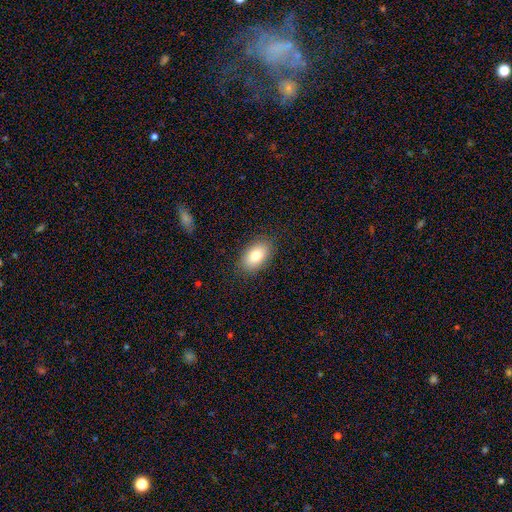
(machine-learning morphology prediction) A smooth galaxy with no disk features (81%) that is in between round and cigar-shaped (90%).

Vote fractions:
- Smooth or featured? smooth: 81% / featured or disk: 11% / star or artifact: 8%
- How rounded? in between: 90% / round: 8% / cigar-shaped: 1%
- Merging? none: 87% / minor disturbance: 9% / major disturbance: 3% / merger: 1%